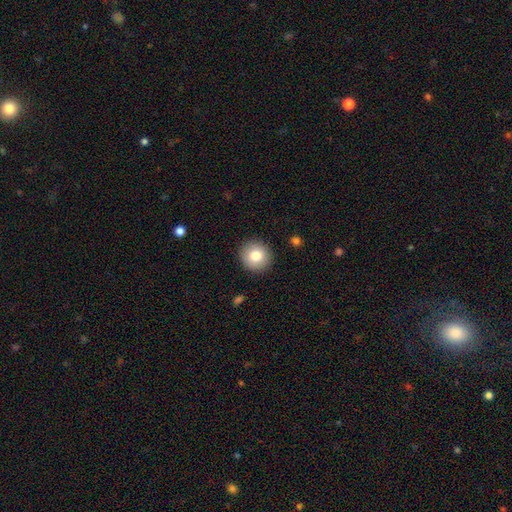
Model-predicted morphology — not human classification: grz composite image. It shows a smooth galaxy with no disk features (81%) that is round (92%). Merging: none (91%).